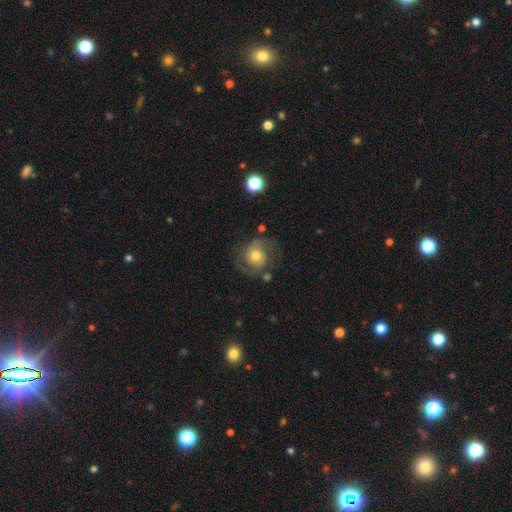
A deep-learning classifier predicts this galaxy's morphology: Smooth or featured: featured or disk — 71% (smooth — 21%)
Edge-on disk: no — 98% (yes — 2%)
Bar: no — 74% (weak — 21%)
Spiral arms: yes — 89% (no — 11%)
Spiral winding: medium — 50% (tight — 27%)
Spiral arm count: 2 — 87% (can't tell — 6%)
Bulge size: moderate — 72% (small — 14%)
Merging: none — 66% (minor disturbance — 18%)